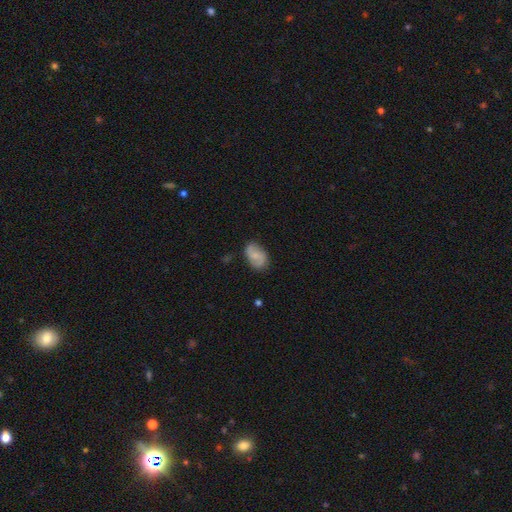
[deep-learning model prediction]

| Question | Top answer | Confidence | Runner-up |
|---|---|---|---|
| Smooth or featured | smooth | 48% | featured or disk (45%) |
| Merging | none | 75% | minor disturbance (19%) |